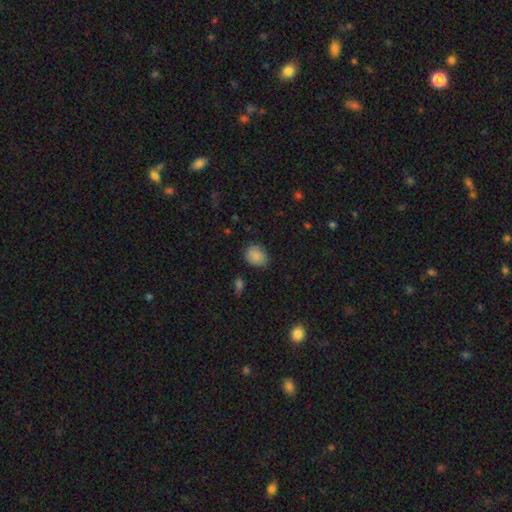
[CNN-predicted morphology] The model was most divided on "how rounded": in between: 53%, round: 46%, cigar-shaped: 1%. More confident: smooth or featured — smooth (87%); merging — none (79%).